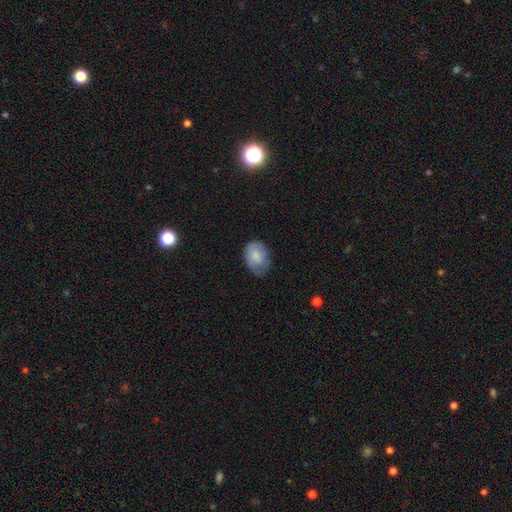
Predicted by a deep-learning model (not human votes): A smooth galaxy with no disk features (77%) that is in between round and cigar-shaped (75%).

Vote fractions:
- Smooth or featured? smooth: 77% / featured or disk: 17% / star or artifact: 7%
- How rounded? in between: 75% / round: 24% / cigar-shaped: 1%
- Merging? none: 63% / minor disturbance: 28% / major disturbance: 8% / merger: 1%